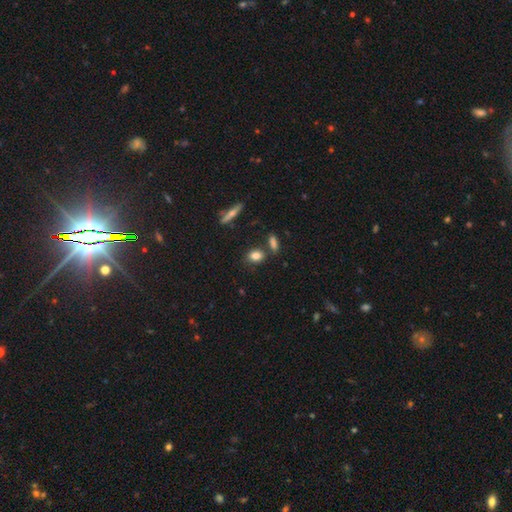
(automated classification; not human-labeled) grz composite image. It shows a smooth galaxy with no disk features (82%) that is in between round and cigar-shaped (69%). Merging: none (70%).